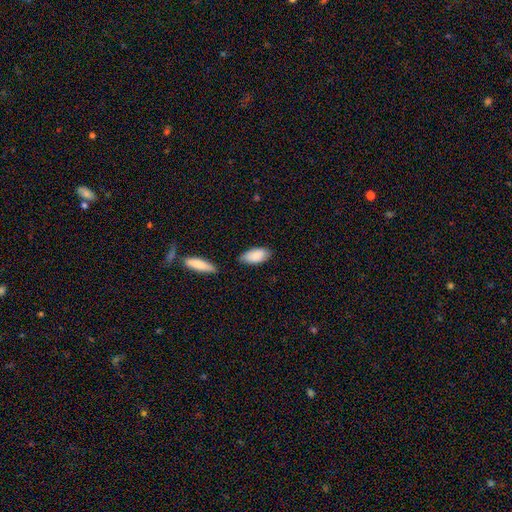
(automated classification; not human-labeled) The model was most divided on "merging": none: 75%, minor disturbance: 17%, merger: 6%, major disturbance: 3%. More confident: how rounded — in between (92%); smooth or featured — smooth (88%).